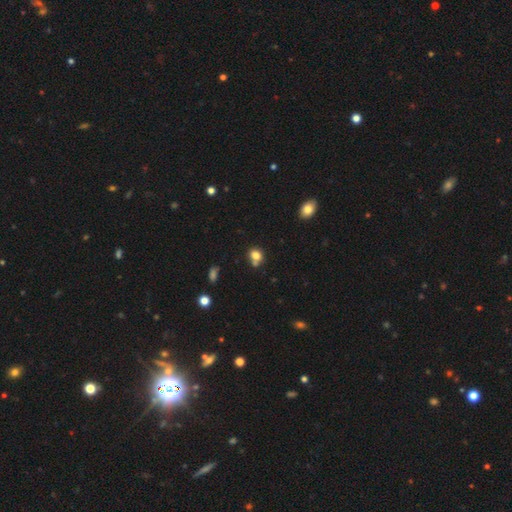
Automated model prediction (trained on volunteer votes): smooth_or_featured: smooth (p=0.79) [alt: star or artifact p=0.12]
how_rounded: round (p=0.67) [alt: in between p=0.31]
merging: none (p=0.55) [alt: merger p=0.28]